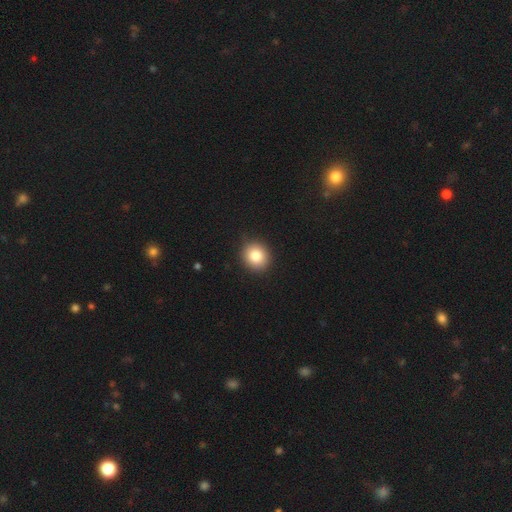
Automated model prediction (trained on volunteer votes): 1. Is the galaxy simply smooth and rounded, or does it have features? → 83% smooth, 10% star or artifact, 7% featured or disk.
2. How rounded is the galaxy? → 84% round, 15% in between, 1% cigar-shaped.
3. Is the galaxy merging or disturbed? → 90% none, 7% minor disturbance, 2% major disturbance, 1% merger.